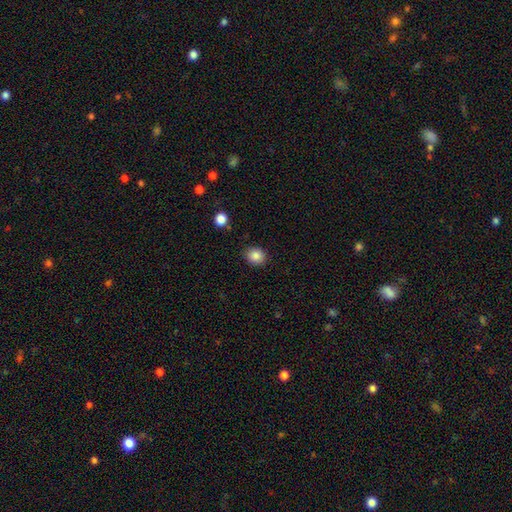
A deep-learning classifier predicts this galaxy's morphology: This appears to be a smooth galaxy with no disk features (86%) that is round (73%). Merging: none (87%).